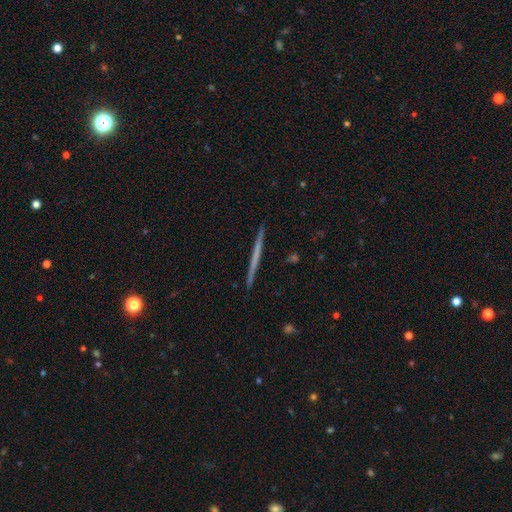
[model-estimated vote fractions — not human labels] Q: Smooth or featured?
A: featured or disk (52%); runner-up: smooth (42%)
Q: Edge-on disk?
A: yes (98%); runner-up: no (2%)
Q: Edge-on bulge?
A: none (91%); runner-up: rounded (6%)
Q: Merging?
A: none (93%); runner-up: minor disturbance (5%)